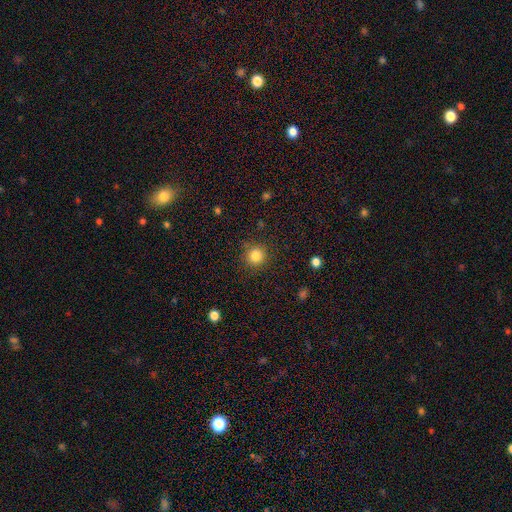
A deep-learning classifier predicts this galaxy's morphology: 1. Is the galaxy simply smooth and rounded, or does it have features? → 84% smooth, 12% star or artifact, 5% featured or disk.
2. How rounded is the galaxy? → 94% round, 5% in between, 1% cigar-shaped.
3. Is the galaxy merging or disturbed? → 89% none, 7% minor disturbance, 3% major disturbance, 1% merger.